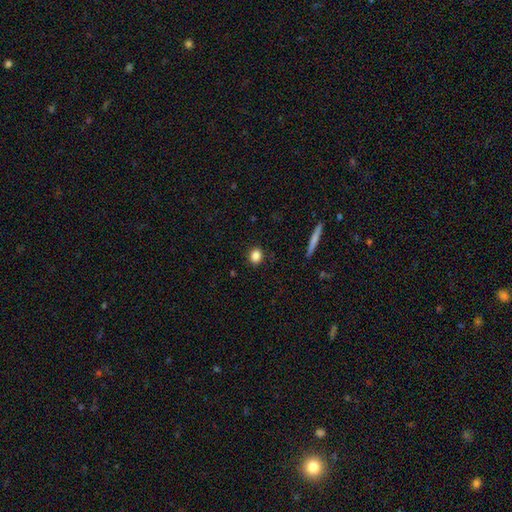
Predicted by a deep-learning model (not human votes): Q: Smooth or featured?
A: smooth (85%); runner-up: star or artifact (9%)
Q: How rounded?
A: round (58%); runner-up: in between (40%)
Q: Merging?
A: none (89%); runner-up: minor disturbance (7%)